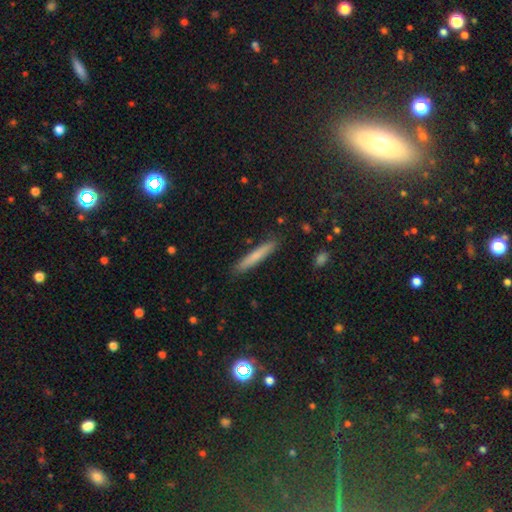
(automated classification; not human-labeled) This appears to be a smooth galaxy with no disk features (72%) that is cigar-shaped (95%). Merging: none (89%).